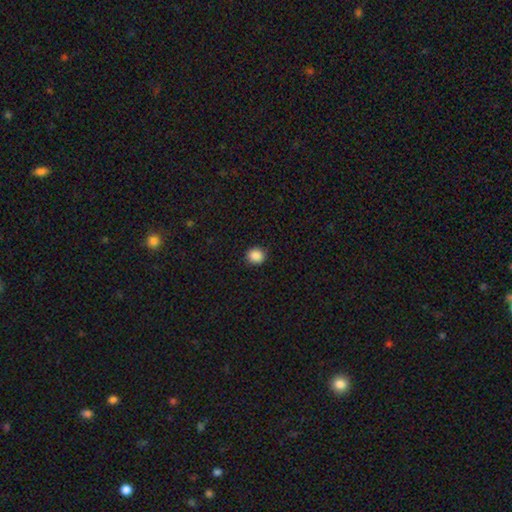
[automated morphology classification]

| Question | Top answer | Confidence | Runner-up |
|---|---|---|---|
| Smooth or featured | smooth | 88% | star or artifact (10%) |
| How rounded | round | 87% | in between (12%) |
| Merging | none | 91% | minor disturbance (7%) |